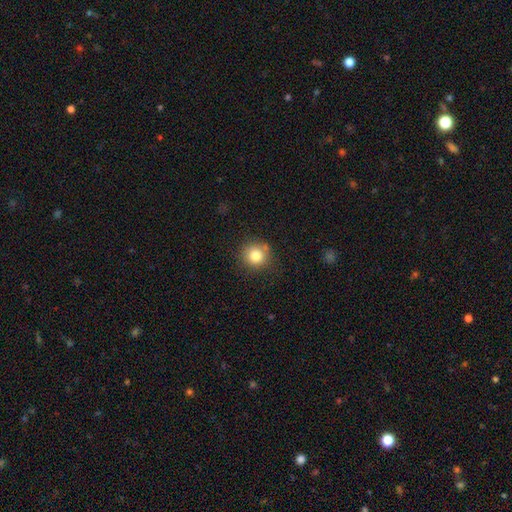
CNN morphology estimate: Smooth or featured?
  - smooth: 80% *
  - star or artifact: 12%
  - featured or disk: 8%
How rounded?
  - round: 92% *
  - in between: 7%
  - cigar-shaped: 1%
Merging?
  - none: 80% *
  - minor disturbance: 12%
  - merger: 4%
  - major disturbance: 4%